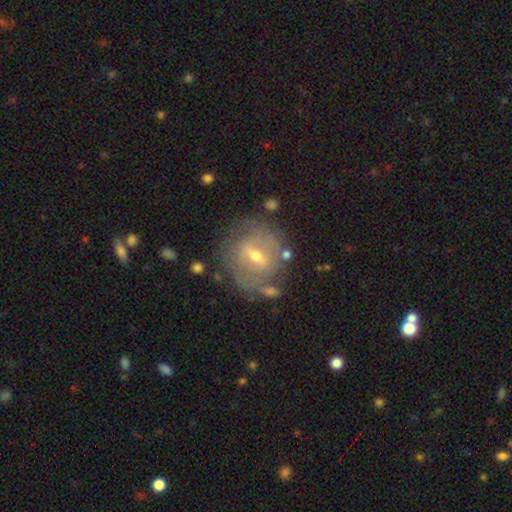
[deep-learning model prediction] Q: Smooth or featured?
A: featured or disk (69%); runner-up: smooth (22%)
Q: Edge-on disk?
A: no (94%); runner-up: yes (6%)
Q: Bar?
A: weak (53%); runner-up: strong (26%)
Q: Spiral arms?
A: yes (64%); runner-up: no (36%)
Q: Bulge size?
A: moderate (50%); runner-up: small (47%)
Q: Merging?
A: none (69%); runner-up: minor disturbance (18%)